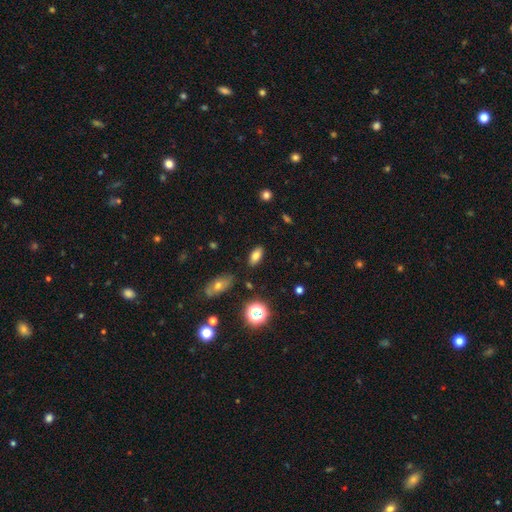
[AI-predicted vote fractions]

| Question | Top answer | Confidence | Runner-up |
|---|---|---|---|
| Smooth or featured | smooth | 76% | featured or disk (12%) |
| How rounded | in between | 87% | cigar-shaped (8%) |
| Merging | none | 86% | minor disturbance (9%) |